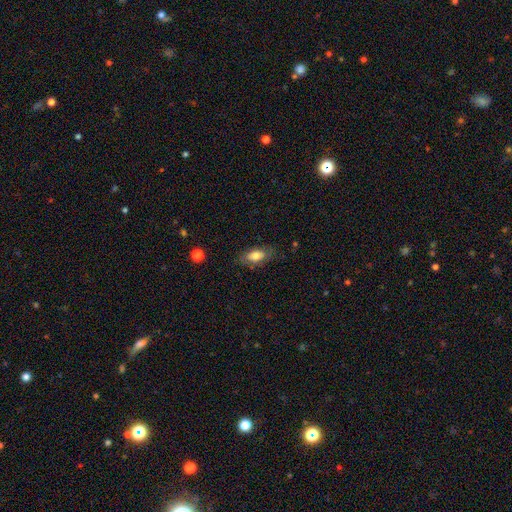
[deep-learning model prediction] Overall: smooth (69%). How rounded: in between (87%). Merging: none (75%).